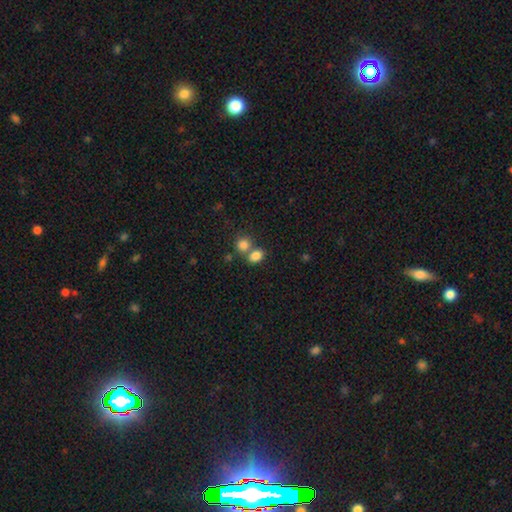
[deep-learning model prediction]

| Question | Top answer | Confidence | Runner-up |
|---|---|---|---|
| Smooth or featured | smooth | 83% | star or artifact (11%) |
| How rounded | in between | 62% | round (37%) |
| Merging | none | 47% | merger (41%) |